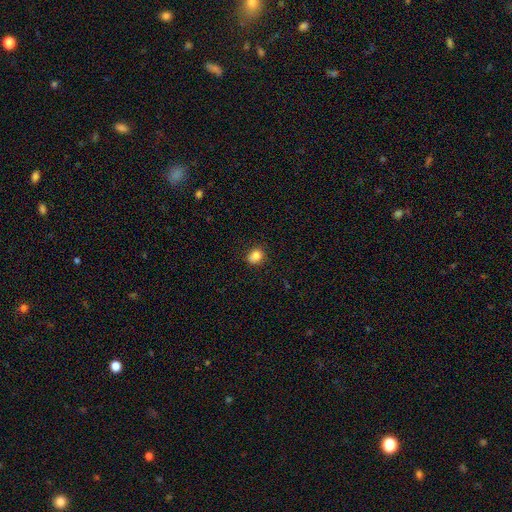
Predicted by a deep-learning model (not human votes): Smooth or featured? smooth (83%)
How rounded? round (59%)
Merging? none (79%)